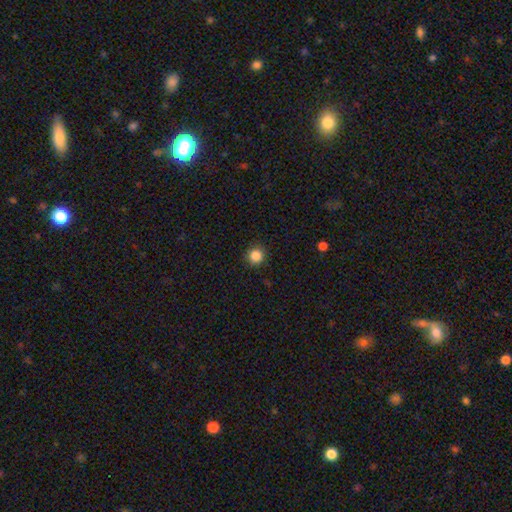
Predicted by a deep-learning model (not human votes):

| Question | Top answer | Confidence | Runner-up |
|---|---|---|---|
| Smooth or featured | smooth | 86% | star or artifact (11%) |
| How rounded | round | 94% | in between (5%) |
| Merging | none | 91% | minor disturbance (6%) |